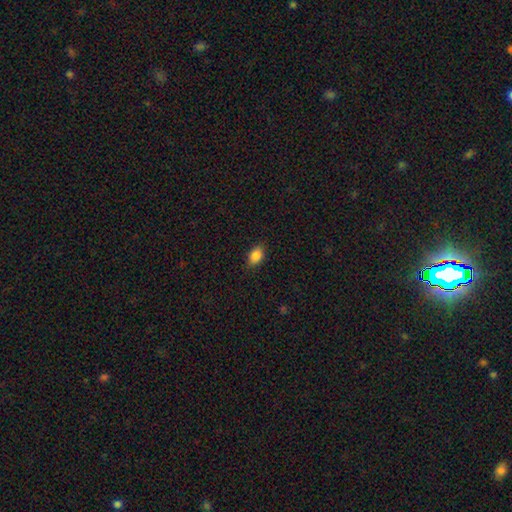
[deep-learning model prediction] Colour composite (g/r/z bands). It shows a smooth galaxy with no disk features (87%) that is in between round and cigar-shaped (86%). Merging: none (87%).